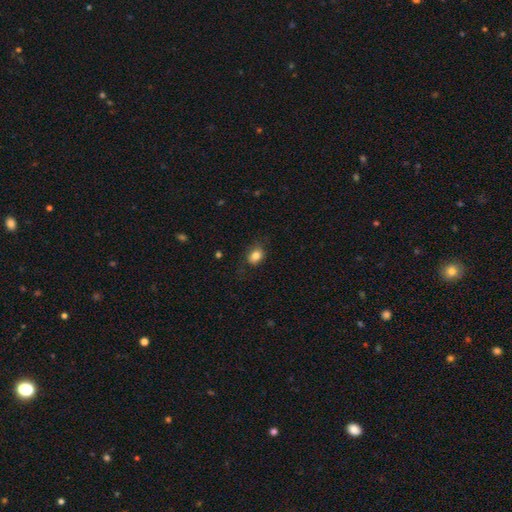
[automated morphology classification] Smooth or featured?
  - smooth: 83% *
  - star or artifact: 10%
  - featured or disk: 7%
How rounded?
  - in between: 58% *
  - round: 41%
  - cigar-shaped: 1%
Merging?
  - none: 75% *
  - minor disturbance: 19%
  - major disturbance: 6%
  - merger: 1%